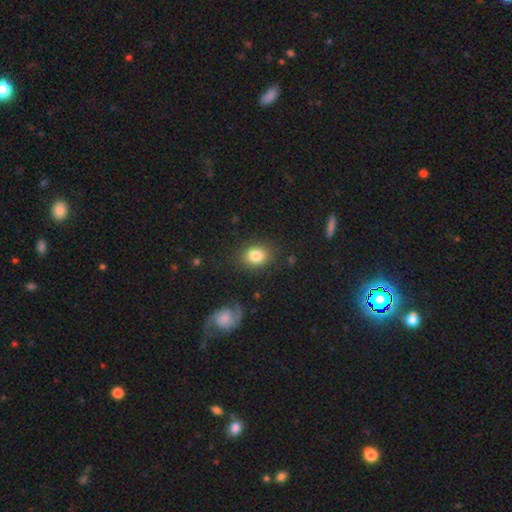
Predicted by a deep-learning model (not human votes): Smooth or featured? Predicted: smooth (p=0.83). How rounded? Predicted: in between (p=0.50). Merging? Predicted: none (p=0.84).